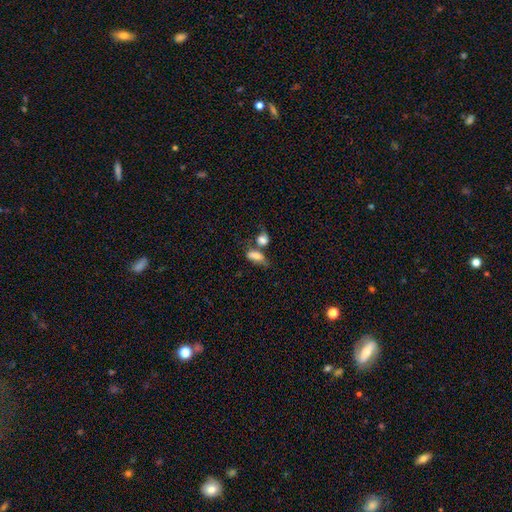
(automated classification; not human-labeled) A smooth galaxy with no disk features (73%) that is in between round and cigar-shaped (78%).

Vote fractions:
- Smooth or featured? smooth: 73% / featured or disk: 17% / star or artifact: 10%
- How rounded? in between: 78% / cigar-shaped: 11% / round: 10%
- Merging? merger: 39% / none: 31% / minor disturbance: 17% / major disturbance: 13%